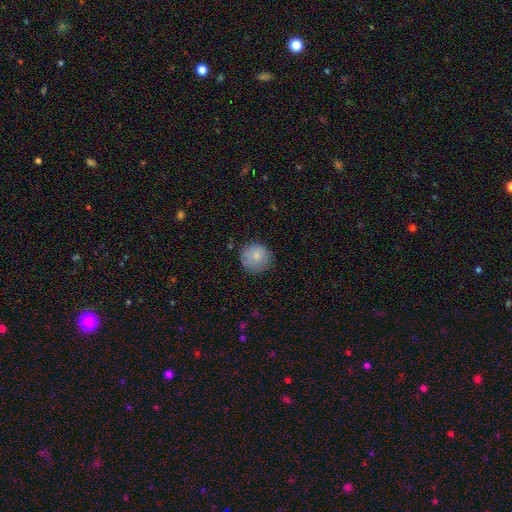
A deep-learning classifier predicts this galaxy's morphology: Smooth or featured?
  - smooth: 80% *
  - featured or disk: 12%
  - star or artifact: 8%
How rounded?
  - round: 92% *
  - in between: 7%
  - cigar-shaped: 1%
Merging?
  - none: 81% *
  - minor disturbance: 14%
  - major disturbance: 3%
  - merger: 1%